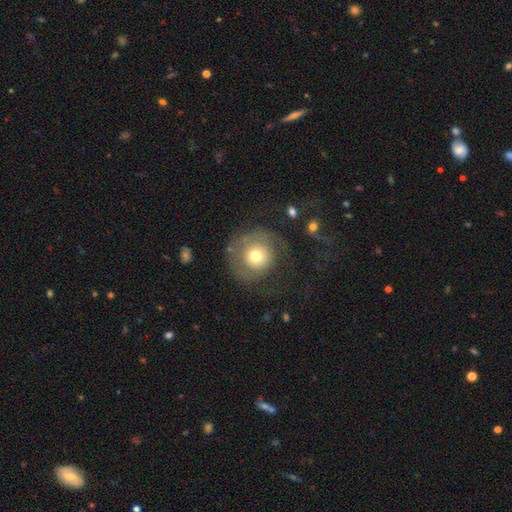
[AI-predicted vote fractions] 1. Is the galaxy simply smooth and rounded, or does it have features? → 55% smooth, 36% featured or disk, 9% star or artifact.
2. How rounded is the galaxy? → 91% round, 8% in between, 1% cigar-shaped.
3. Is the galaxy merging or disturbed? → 51% none, 30% major disturbance, 16% minor disturbance, 3% merger.